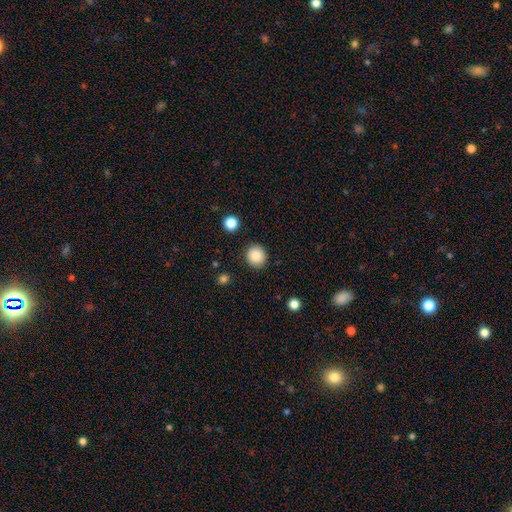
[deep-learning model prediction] A smooth galaxy with no disk features (86%) that is round (88%). Merging: none (90%).